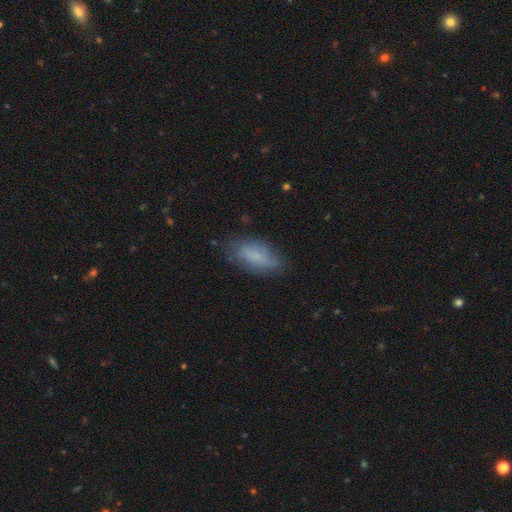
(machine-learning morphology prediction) Smooth or featured: smooth — 74% (featured or disk — 18%)
How rounded: in between — 80% (cigar-shaped — 18%)
Merging: none — 70% (minor disturbance — 22%)